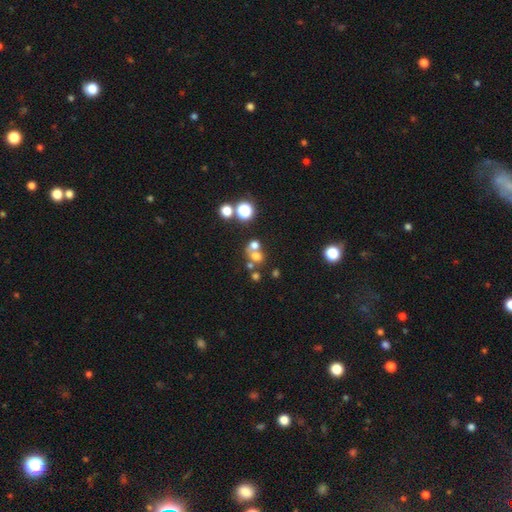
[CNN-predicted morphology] Smooth or featured? smooth (62%)
How rounded? round (76%)
Merging? merger (45%)